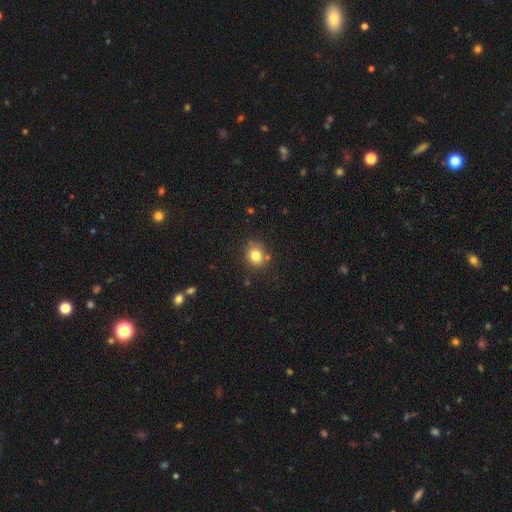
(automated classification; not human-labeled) Overall: smooth (80%). How rounded: round (69%; in between 30%). Merging: none (77%).